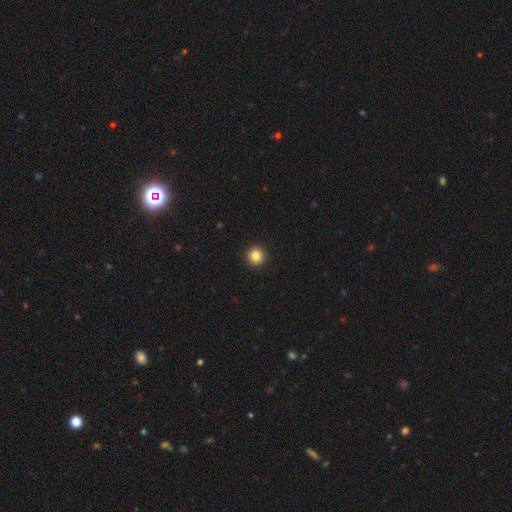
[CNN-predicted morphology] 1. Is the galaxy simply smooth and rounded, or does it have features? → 85% smooth, 11% star or artifact, 4% featured or disk.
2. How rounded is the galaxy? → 96% round, 3% in between, 1% cigar-shaped.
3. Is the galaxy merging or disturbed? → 94% none, 4% minor disturbance, 1% major disturbance, 1% merger.